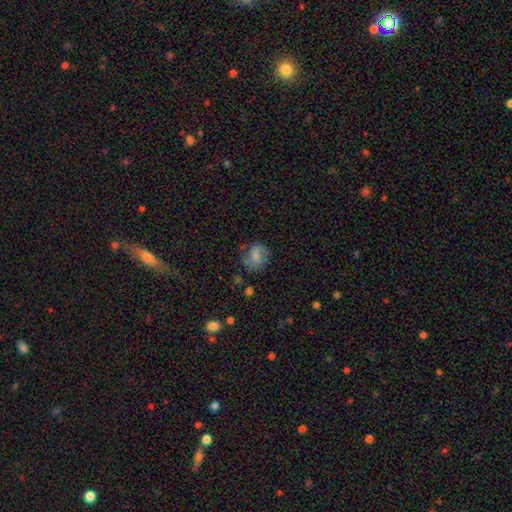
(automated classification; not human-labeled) This is possibly a smooth galaxy (55%). How rounded: possibly round (57%). Merging: possibly none (58%).